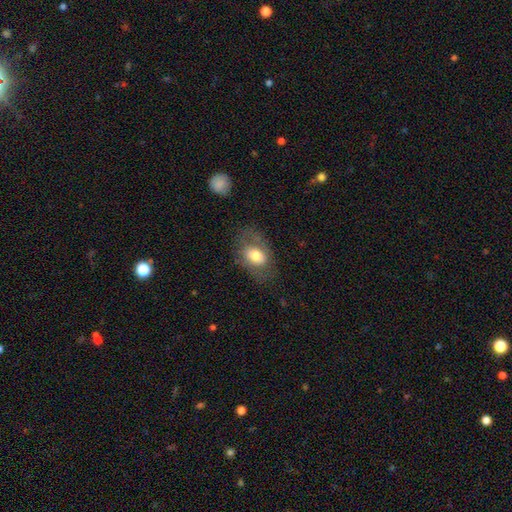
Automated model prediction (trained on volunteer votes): smooth 61%, featured or disk 32%, star or artifact 7%. Down the decision tree: how rounded — in between (78%); merging — none (65%).